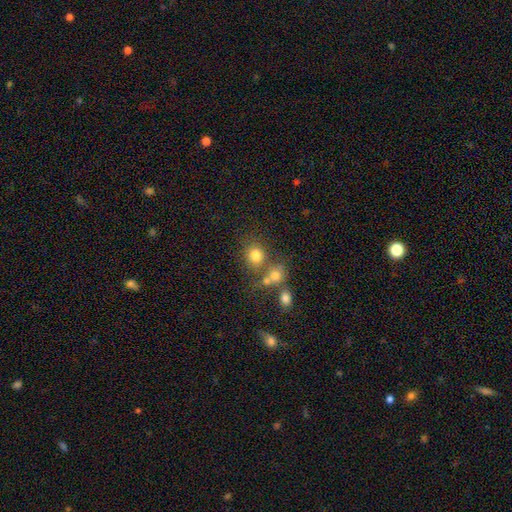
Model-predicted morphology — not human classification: This appears to be a smooth galaxy with no disk features (77%) that is round (82%). Merging: none (61%).